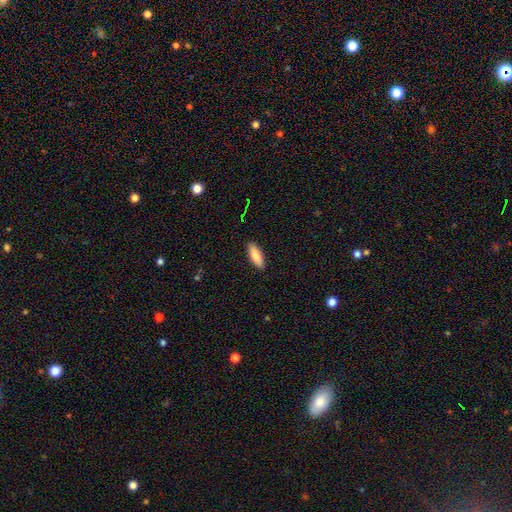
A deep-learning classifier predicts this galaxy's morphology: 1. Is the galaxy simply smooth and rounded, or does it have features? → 84% smooth, 10% featured or disk, 6% star or artifact.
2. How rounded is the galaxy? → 65% in between, 34% cigar-shaped, 2% round.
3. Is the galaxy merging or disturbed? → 89% none, 8% minor disturbance, 2% major disturbance, 1% merger.